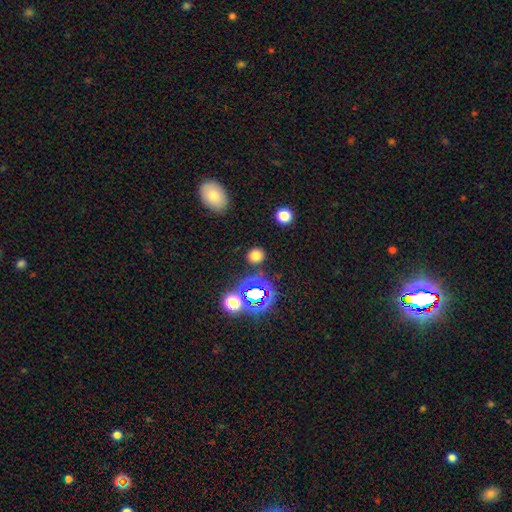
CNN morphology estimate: Smooth or featured? Predicted: smooth (p=0.73). How rounded? Predicted: round (p=0.85). Merging? Predicted: none (p=0.87).